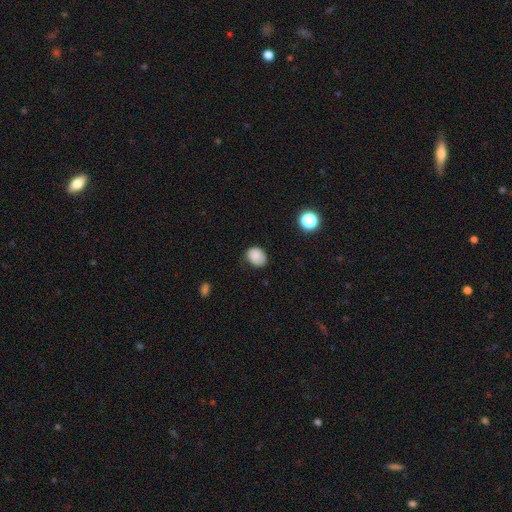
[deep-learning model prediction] Smooth or featured?
  - smooth: 84% *
  - star or artifact: 10%
  - featured or disk: 7%
How rounded?
  - round: 50% *
  - in between: 49%
  - cigar-shaped: 1%
Merging?
  - none: 70% *
  - minor disturbance: 23%
  - major disturbance: 5%
  - merger: 1%